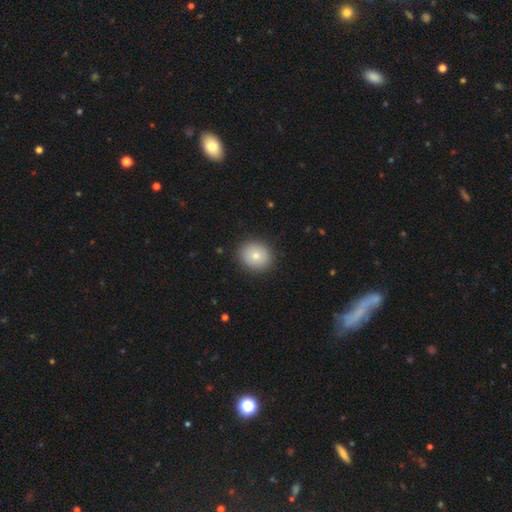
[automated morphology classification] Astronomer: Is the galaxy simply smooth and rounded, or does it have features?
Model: smooth — 78%.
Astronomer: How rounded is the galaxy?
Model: round — 71%.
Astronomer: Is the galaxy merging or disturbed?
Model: none — 88%.